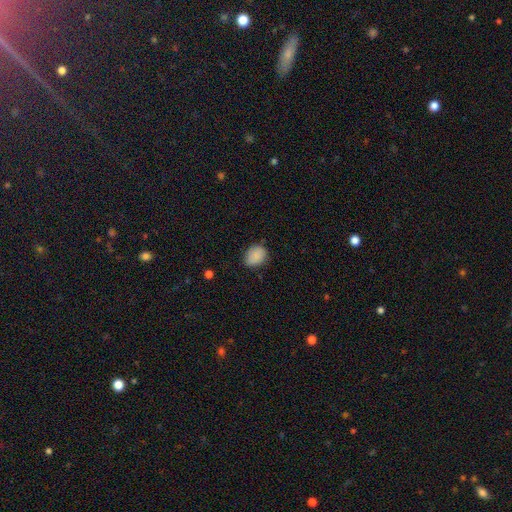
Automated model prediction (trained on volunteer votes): smooth-or-featured: smooth: 88% | star or artifact: 8% | featured or disk: 4%
  how-rounded: in between: 51% | round: 48% | cigar-shaped: 1%
  merging: none: 76% | minor disturbance: 19% | major disturbance: 3% | merger: 1%